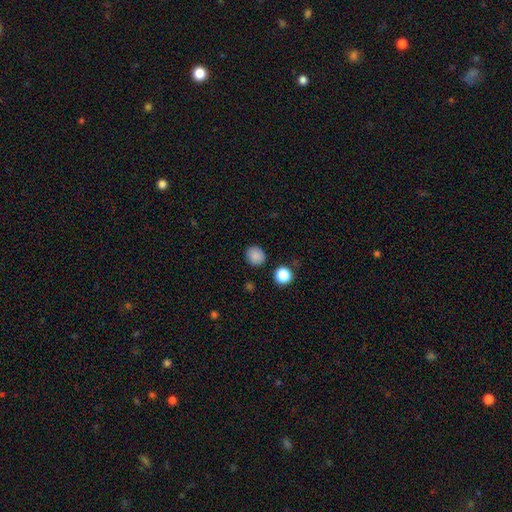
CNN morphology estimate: type=smooth (86%); roundness=round (83%); merging=none (87%).